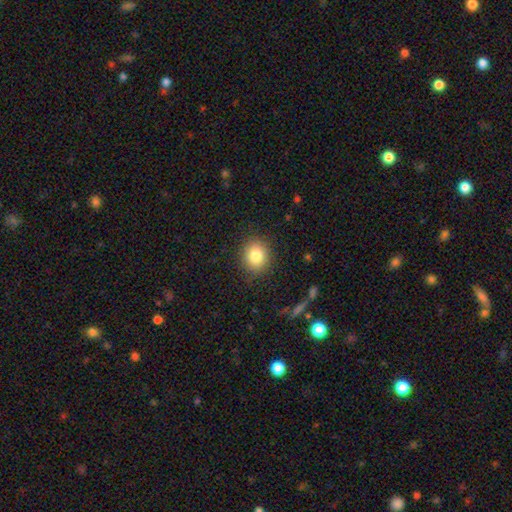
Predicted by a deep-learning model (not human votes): Smooth or featured?
  - smooth: 83% *
  - star or artifact: 10%
  - featured or disk: 7%
How rounded?
  - round: 70% *
  - in between: 29%
  - cigar-shaped: 1%
Merging?
  - none: 88% *
  - minor disturbance: 9%
  - major disturbance: 3%
  - merger: 1%